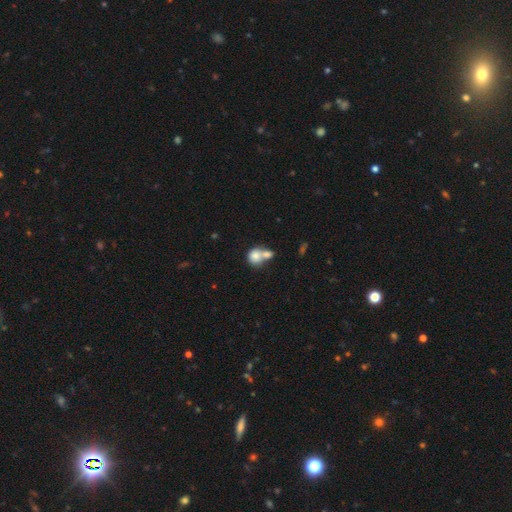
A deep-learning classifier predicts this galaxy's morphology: The model was most divided on "merging": merger: 64%, none: 24%, minor disturbance: 7%, major disturbance: 4%. More confident: smooth or featured — smooth (76%); how rounded — round (71%).